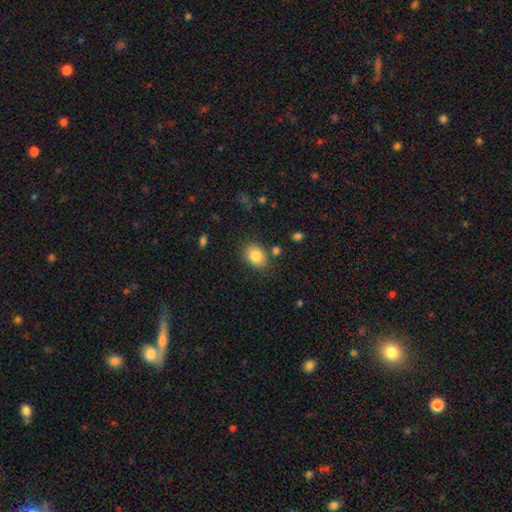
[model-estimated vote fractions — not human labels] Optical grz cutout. It shows a smooth galaxy with no disk features (84%) that is in between round and cigar-shaped (62%). Merging: none (78%).